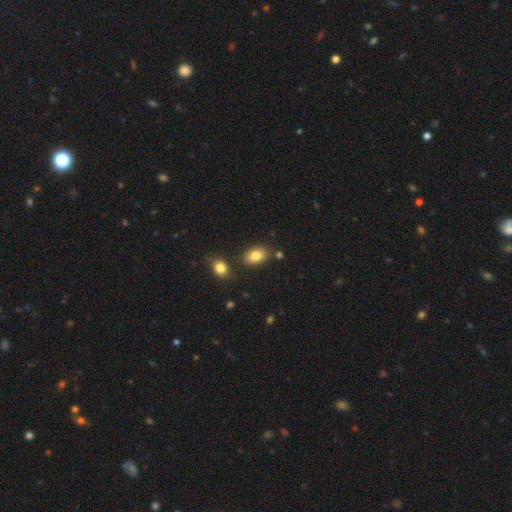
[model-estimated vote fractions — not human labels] A smooth galaxy with no disk features (83%) that is in between round and cigar-shaped (85%).

Vote fractions:
- Smooth or featured? smooth: 83% / star or artifact: 9% / featured or disk: 8%
- How rounded? in between: 85% / round: 13% / cigar-shaped: 1%
- Merging? none: 78% / minor disturbance: 11% / merger: 8% / major disturbance: 3%